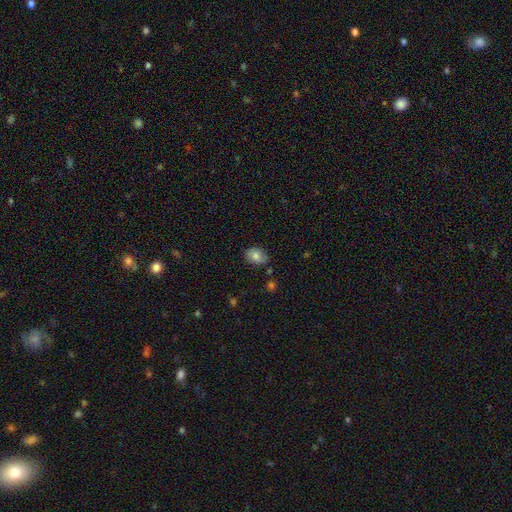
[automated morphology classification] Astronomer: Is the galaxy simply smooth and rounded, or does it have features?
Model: smooth — 81%.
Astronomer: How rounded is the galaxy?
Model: in between — 75%.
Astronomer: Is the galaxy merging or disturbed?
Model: none — 80%.